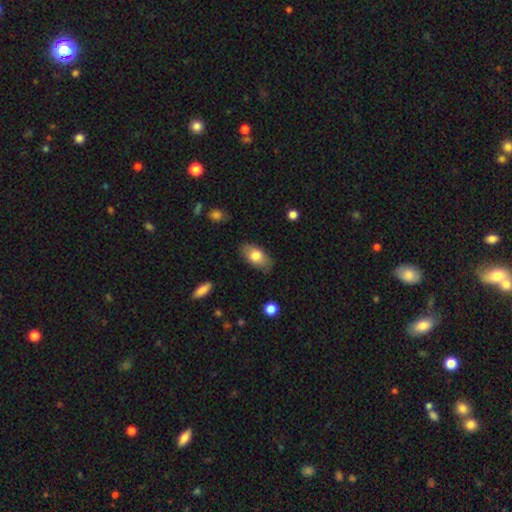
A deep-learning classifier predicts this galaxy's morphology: This appears to be a smooth galaxy with no disk features (76%) that is in between round and cigar-shaped (91%). Merging: none (80%).